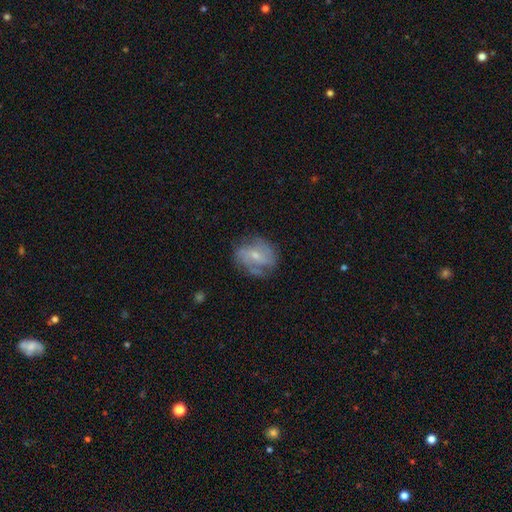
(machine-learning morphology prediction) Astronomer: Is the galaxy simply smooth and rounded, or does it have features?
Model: featured or disk — 67%.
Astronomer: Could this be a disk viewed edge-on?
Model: no — 97%.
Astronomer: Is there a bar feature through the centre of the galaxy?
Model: no — 44% (runner-up: weak, 43%).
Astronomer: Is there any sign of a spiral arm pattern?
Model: yes — 83%.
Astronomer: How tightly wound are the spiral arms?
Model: medium — 44% (runner-up: tight, 34%).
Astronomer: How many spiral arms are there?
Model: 2 — 45% (runner-up: can't tell, 27%).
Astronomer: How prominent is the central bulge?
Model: small — 64%.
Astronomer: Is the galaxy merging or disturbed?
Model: none — 62%.